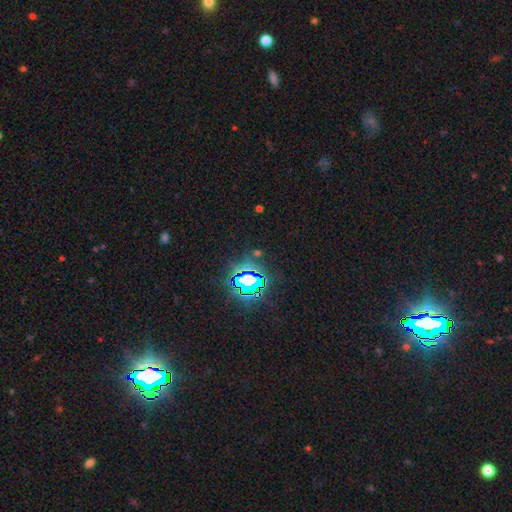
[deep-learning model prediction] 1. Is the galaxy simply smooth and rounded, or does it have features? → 79% star or artifact, 13% smooth, 8% featured or disk.